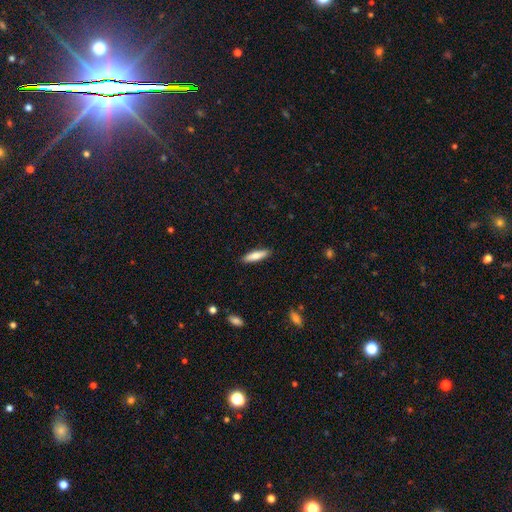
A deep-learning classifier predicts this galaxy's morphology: The model was most divided on "how rounded": cigar-shaped: 68%, in between: 30%, round: 2%. More confident: merging — none (89%); smooth or featured — smooth (79%).